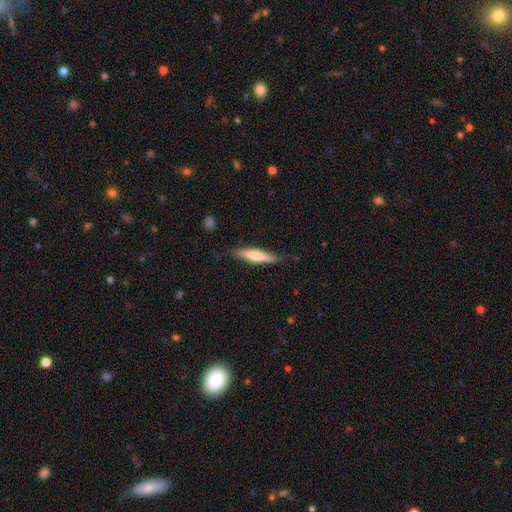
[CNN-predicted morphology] This appears to be a smooth galaxy with no disk features (61%) that is cigar-shaped (88%). Merging: none (81%).